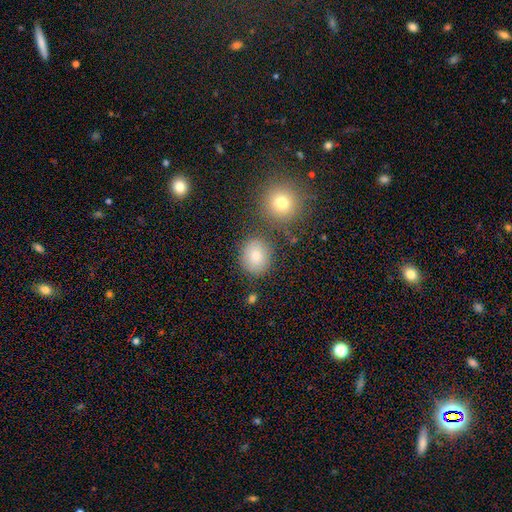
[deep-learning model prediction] smooth_or_featured: smooth (p=0.82) [alt: star or artifact p=0.10]
how_rounded: round (p=0.67) [alt: in between p=0.32]
merging: none (p=0.78) [alt: minor disturbance p=0.11]